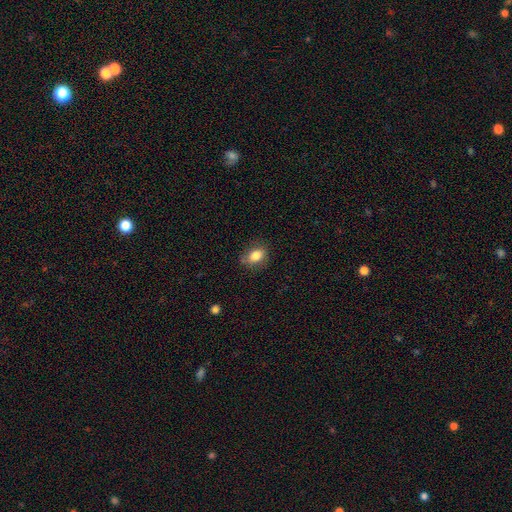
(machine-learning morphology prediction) Smooth or featured: smooth — 81% (featured or disk — 10%)
How rounded: in between — 74% (round — 25%)
Merging: none — 75% (minor disturbance — 19%)